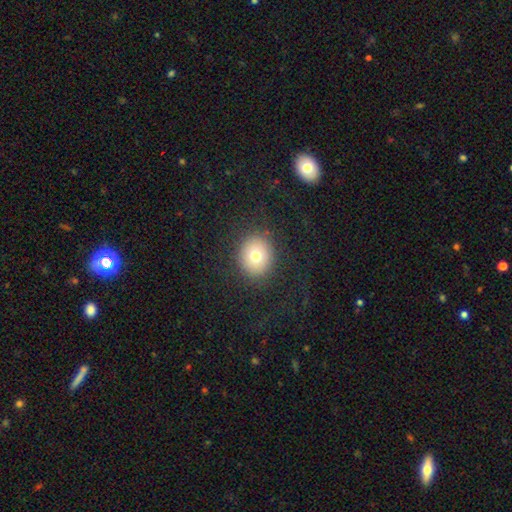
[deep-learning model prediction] A smooth galaxy with no disk features (74%) that is round (77%).

Vote fractions:
- Smooth or featured? smooth: 74% / star or artifact: 13% / featured or disk: 13%
- How rounded? round: 77% / in between: 22% / cigar-shaped: 1%
- Merging? none: 87% / minor disturbance: 7% / major disturbance: 5% / merger: 1%